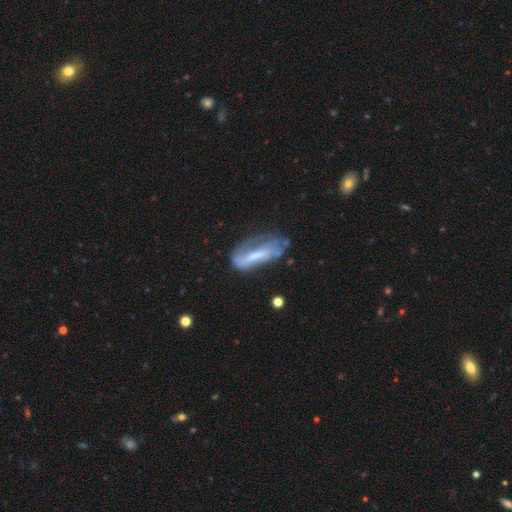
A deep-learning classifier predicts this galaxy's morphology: A featured or disk galaxy (55%).

Vote fractions:
- Smooth or featured? featured or disk: 55% / smooth: 37% / star or artifact: 9%
- Edge-on disk? no: 80% / yes: 20%
- Merging? none: 39% / minor disturbance: 28% / major disturbance: 27% / merger: 6%